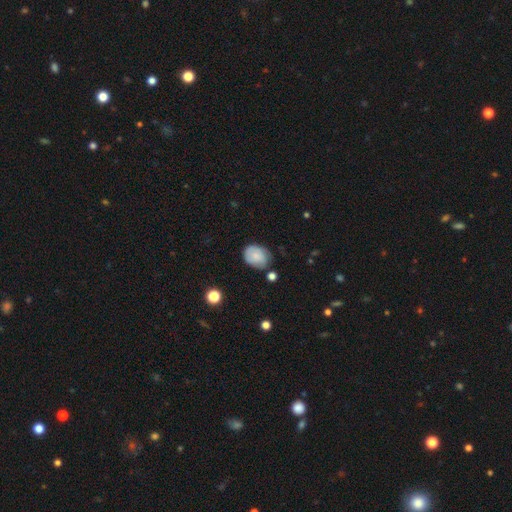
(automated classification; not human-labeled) smooth_or_featured: smooth (p=0.74) [alt: featured or disk p=0.19]
how_rounded: in between (p=0.58) [alt: round p=0.41]
merging: none (p=0.63) [alt: minor disturbance p=0.27]